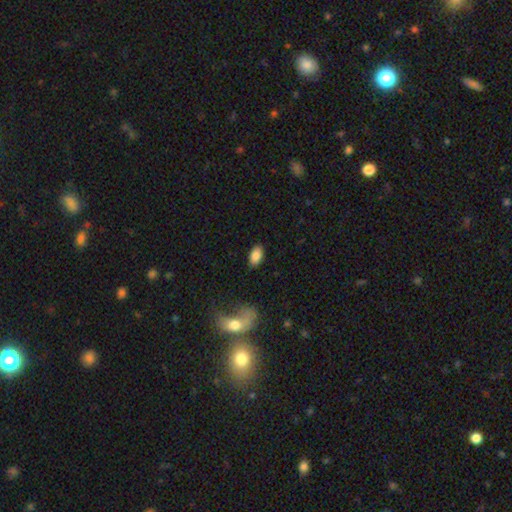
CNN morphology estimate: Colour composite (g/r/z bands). It shows a smooth galaxy with no disk features (85%) that is in between round and cigar-shaped (93%). Merging: none (87%).